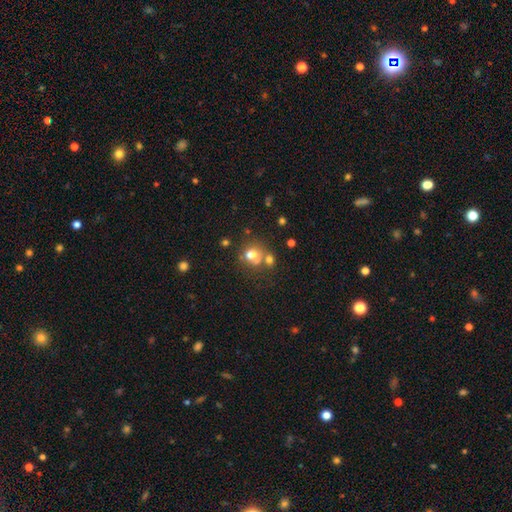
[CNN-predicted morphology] smooth-or-featured: smooth: 64% | star or artifact: 20% | featured or disk: 16%
  how-rounded: round: 75% | in between: 24% | cigar-shaped: 1%
  merging: none: 50% | merger: 32% | minor disturbance: 11% | major disturbance: 7%